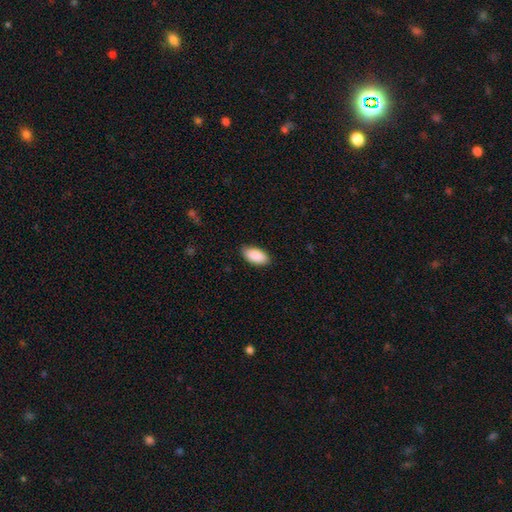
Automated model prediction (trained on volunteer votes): This is clearly a smooth galaxy (91%). How rounded: clearly in between (94%). Merging: clearly none (85%).